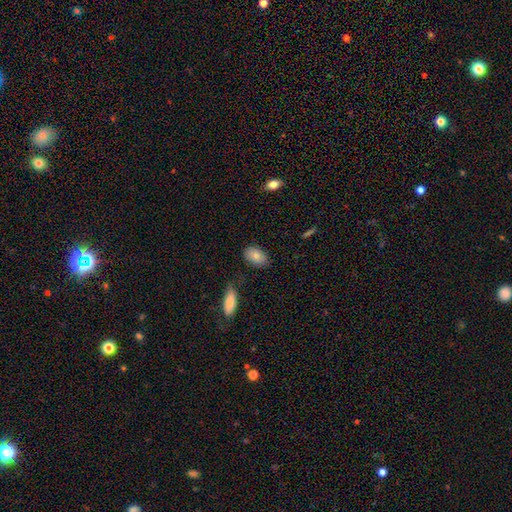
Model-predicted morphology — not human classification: This is clearly a smooth galaxy (85%). How rounded: clearly in between (90%). Merging: likely none (76%).